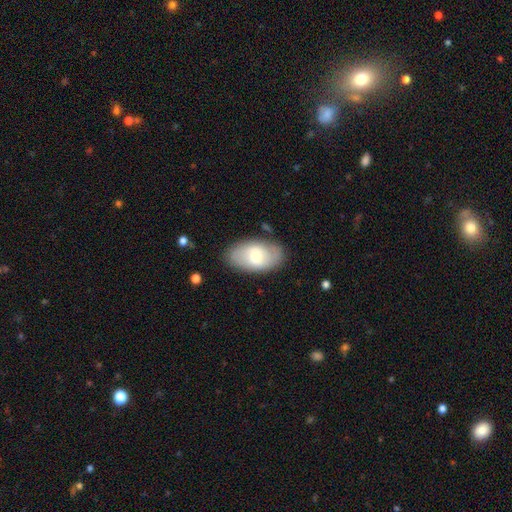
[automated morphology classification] This appears to be a smooth galaxy with no disk features (59%) that is in between round and cigar-shaped (93%). Merging: none (81%).